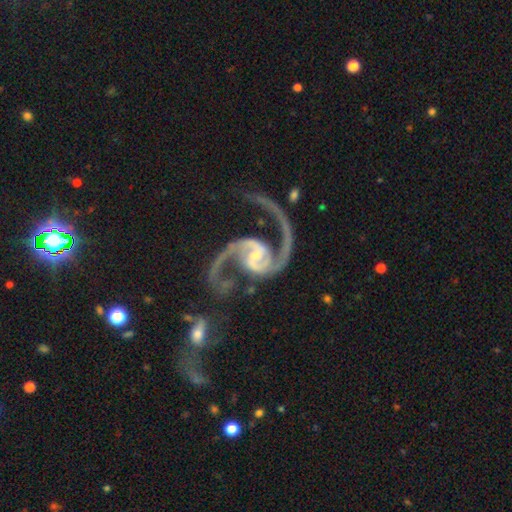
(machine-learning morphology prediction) This appears to be a featured or disk galaxy (95%) with a weak bar (48%), 2 (94%) loose (54%) spiral arms (99%) and a small central bulge (56%). Merging: none (60%).